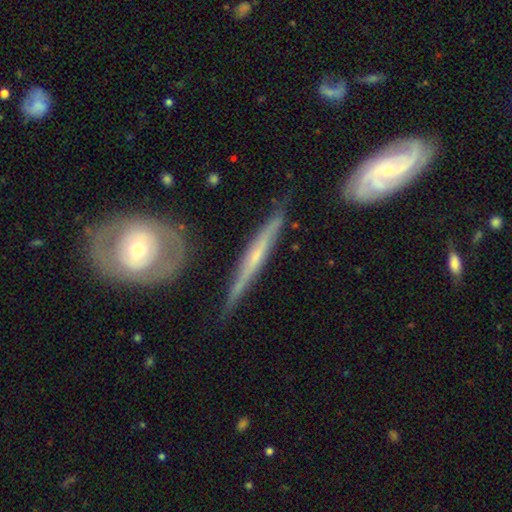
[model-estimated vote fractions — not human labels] A featured or disk galaxy (72%) viewed edge-on (85%) with no central bulge (49%).

Vote fractions:
- Smooth or featured? featured or disk: 72% / smooth: 22% / star or artifact: 6%
- Edge-on disk? yes: 85% / no: 15%
- Edge-on bulge? none: 49% / rounded: 44% / boxy: 8%
- Merging? none: 77% / minor disturbance: 16% / major disturbance: 4% / merger: 3%